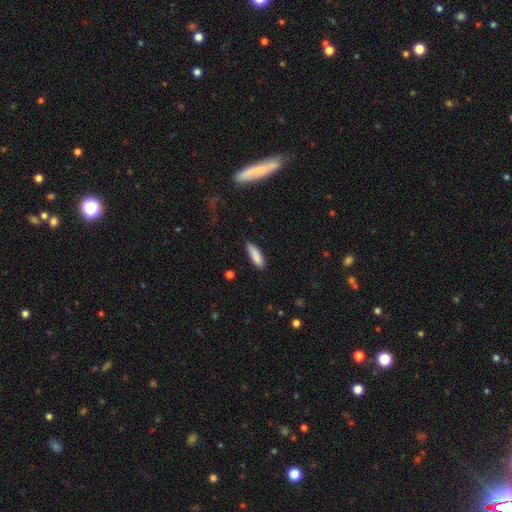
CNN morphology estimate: Smooth or featured? smooth (88%)
How rounded? cigar-shaped (52%)
Merging? none (83%)